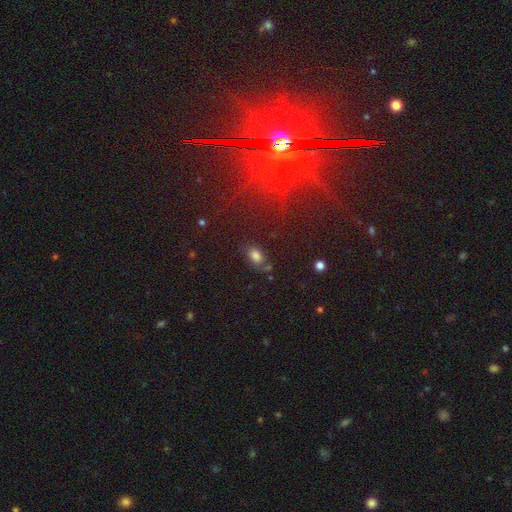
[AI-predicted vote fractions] Smooth or featured? Predicted: smooth (p=0.80). How rounded? Predicted: in between (p=0.86). Merging? Predicted: none (p=0.69).